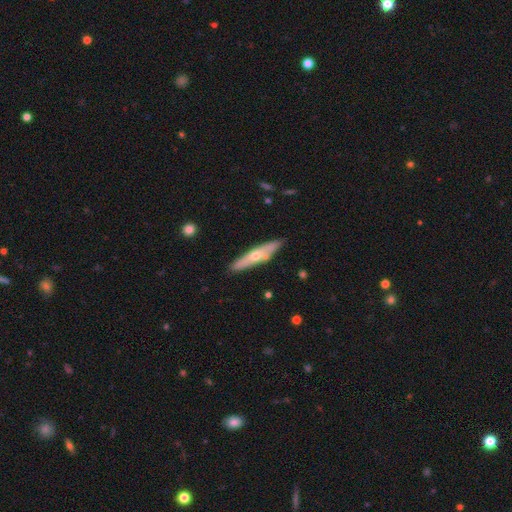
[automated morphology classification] A featured or disk galaxy (51%) viewed edge-on (77%).

Vote fractions:
- Smooth or featured? featured or disk: 51% / smooth: 43% / star or artifact: 6%
- Edge-on disk? yes: 77% / no: 23%
- Merging? none: 82% / minor disturbance: 13% / merger: 3% / major disturbance: 2%